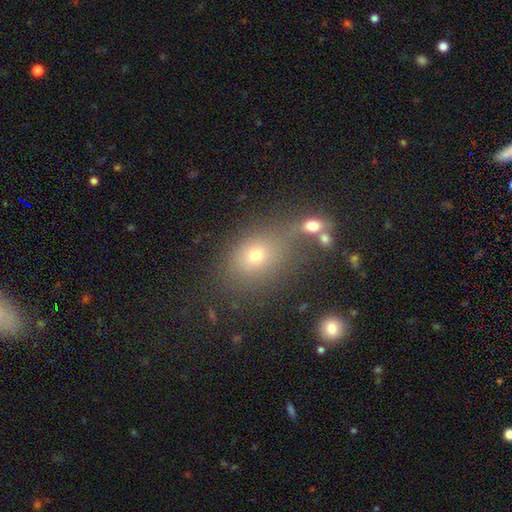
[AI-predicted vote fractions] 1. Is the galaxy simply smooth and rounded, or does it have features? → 70% smooth, 17% star or artifact, 13% featured or disk.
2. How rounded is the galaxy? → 62% in between, 36% round, 2% cigar-shaped.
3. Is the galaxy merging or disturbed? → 53% none, 25% merger, 13% minor disturbance, 9% major disturbance.